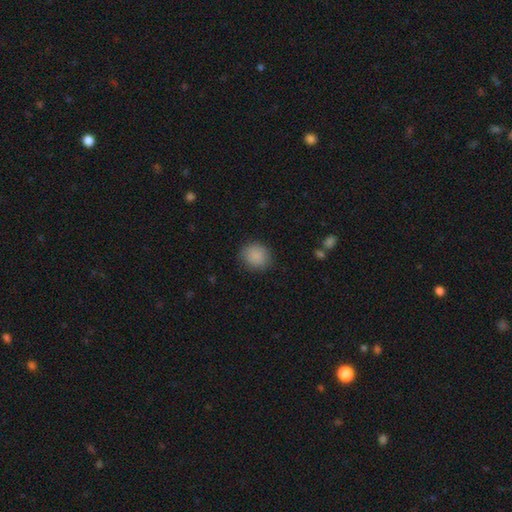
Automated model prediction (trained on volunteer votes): Q: Smooth or featured?
A: smooth (88%); runner-up: star or artifact (8%)
Q: How rounded?
A: round (77%); runner-up: in between (22%)
Q: Merging?
A: none (85%); runner-up: minor disturbance (11%)